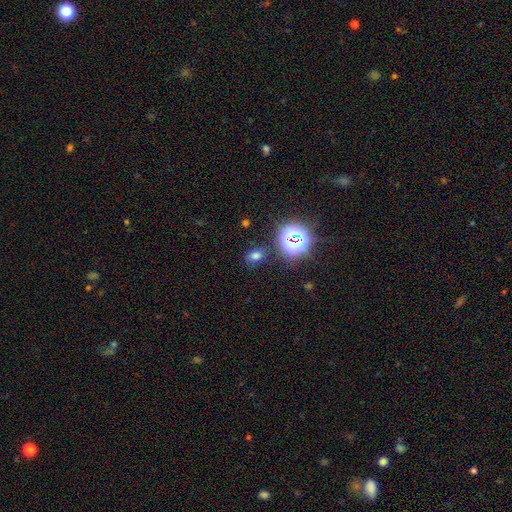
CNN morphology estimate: Smooth or featured: smooth — 64% (star or artifact — 28%)
How rounded: in between — 68% (round — 30%)
Merging: none — 77% (minor disturbance — 14%)